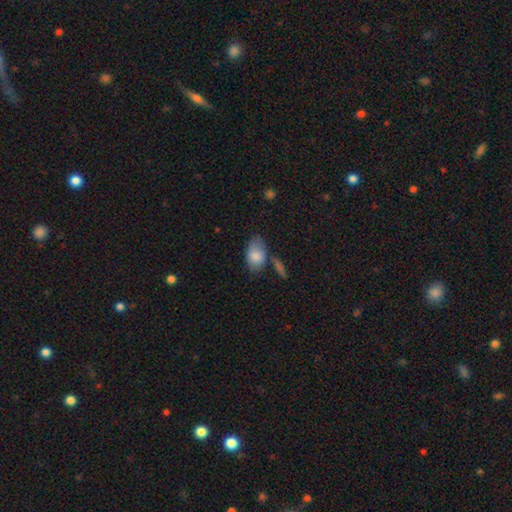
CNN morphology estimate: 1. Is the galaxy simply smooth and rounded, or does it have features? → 82% smooth, 11% featured or disk, 7% star or artifact.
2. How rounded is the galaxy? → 90% in between, 8% round, 2% cigar-shaped.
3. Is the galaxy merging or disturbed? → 52% none, 26% minor disturbance, 12% merger, 9% major disturbance.